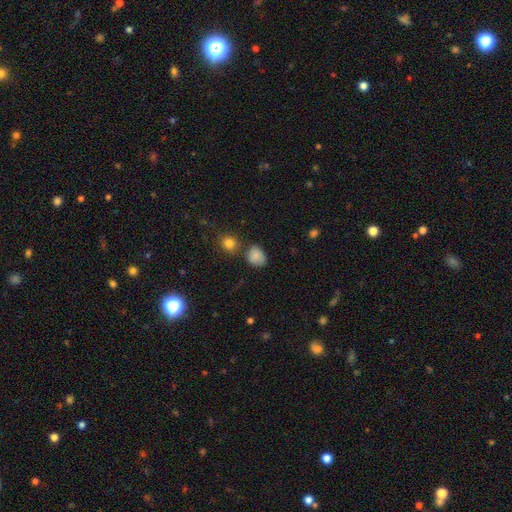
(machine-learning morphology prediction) Smooth or featured? smooth (81%)
How rounded? round (55%)
Merging? none (63%)